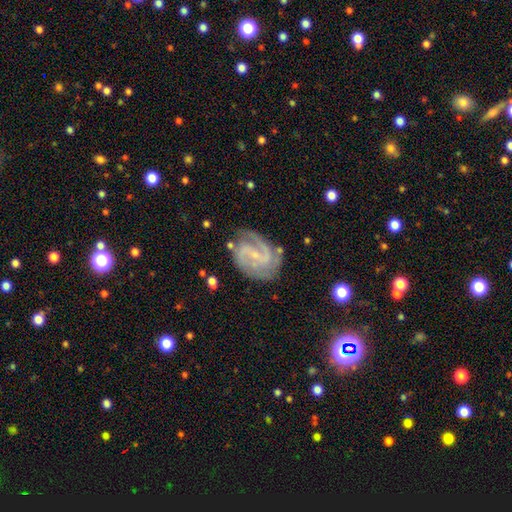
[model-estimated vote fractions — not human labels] Q: Smooth or featured?
A: featured or disk (88%); runner-up: smooth (6%)
Q: Edge-on disk?
A: no (98%); runner-up: yes (2%)
Q: Bar?
A: weak (49%); runner-up: no (27%)
Q: Spiral arms?
A: yes (97%); runner-up: no (3%)
Q: Spiral winding?
A: medium (51%); runner-up: tight (36%)
Q: Spiral arm count?
A: 2 (79%); runner-up: 3 (7%)
Q: Bulge size?
A: small (75%); runner-up: none (12%)
Q: Merging?
A: none (72%); runner-up: minor disturbance (19%)